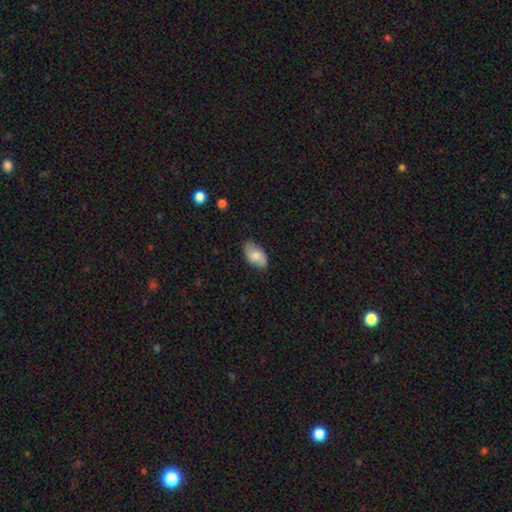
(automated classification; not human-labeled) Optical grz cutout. It shows a smooth galaxy with no disk features (63%) that is in between round and cigar-shaped (93%). Merging: none (78%).